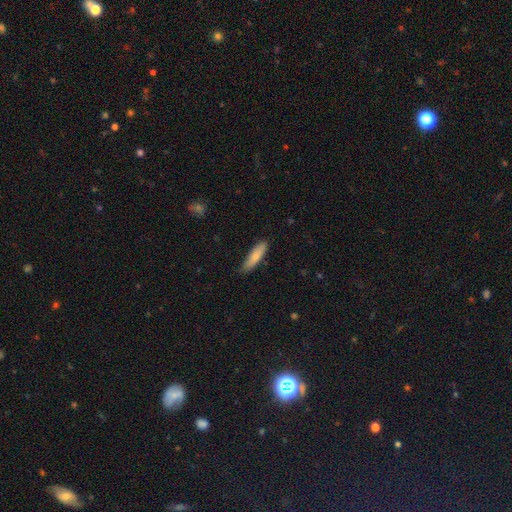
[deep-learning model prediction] This appears to be a smooth galaxy with no disk features (79%) that is cigar-shaped (66%). Merging: none (76%).